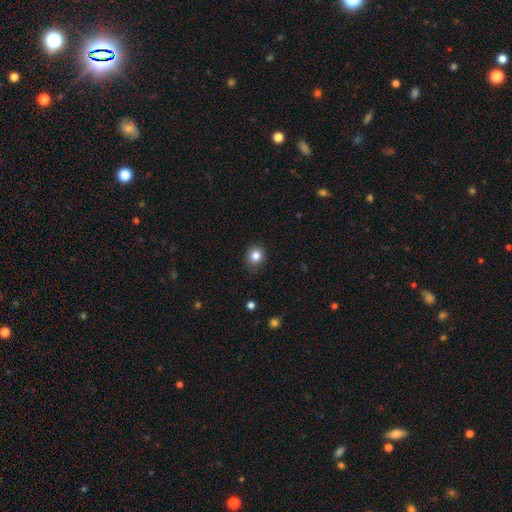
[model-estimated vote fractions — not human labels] A smooth galaxy with no disk features (84%) that is round (78%). Merging: none (86%).